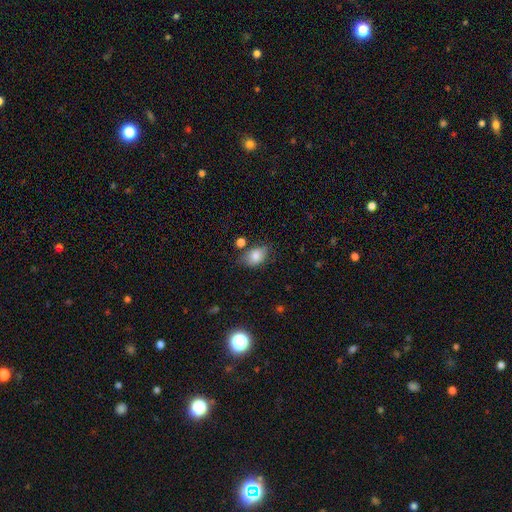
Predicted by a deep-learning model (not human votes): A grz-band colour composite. It shows a smooth galaxy with no disk features (81%) that is in between round and cigar-shaped (78%). Merging: none (60%).